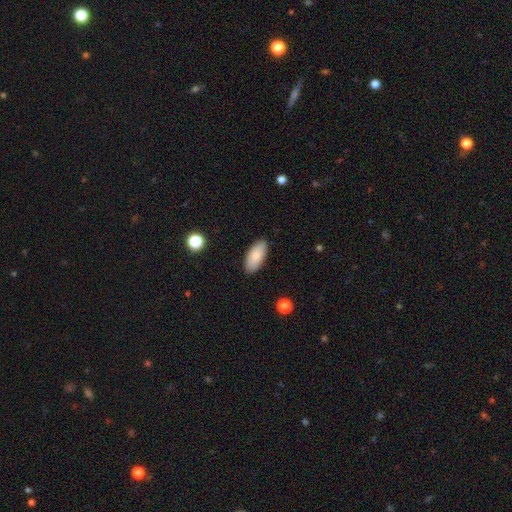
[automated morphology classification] smooth-or-featured: smooth: 85% | featured or disk: 8% | star or artifact: 6%
  how-rounded: in between: 90% | cigar-shaped: 8% | round: 2%
  merging: none: 88% | minor disturbance: 9% | major disturbance: 2% | merger: 1%